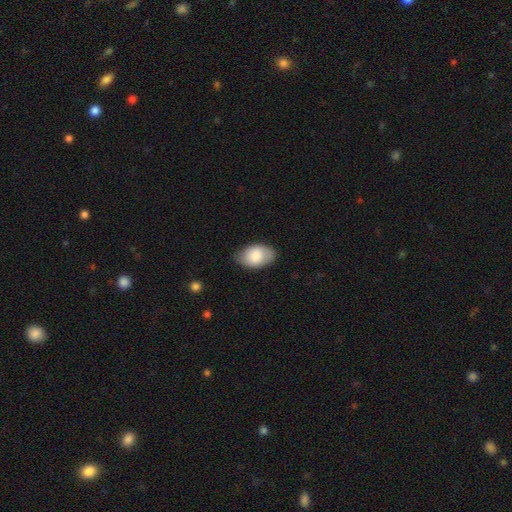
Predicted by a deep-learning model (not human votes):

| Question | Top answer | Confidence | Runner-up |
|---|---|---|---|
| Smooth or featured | smooth | 80% | featured or disk (13%) |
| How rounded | in between | 91% | round (7%) |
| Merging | none | 76% | minor disturbance (19%) |